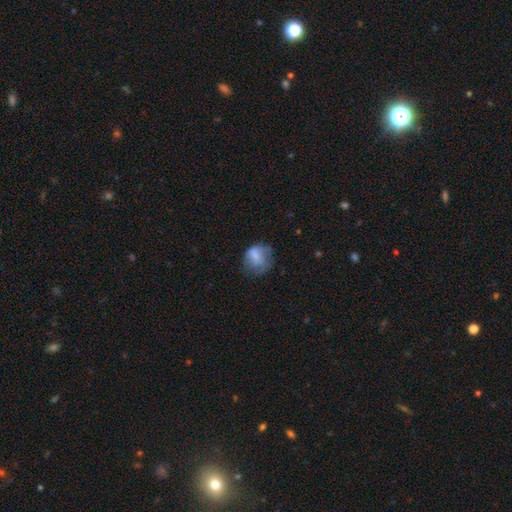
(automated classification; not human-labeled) This is likely a smooth galaxy (70%). How rounded: likely round (62%). Merging: possibly none (46%).